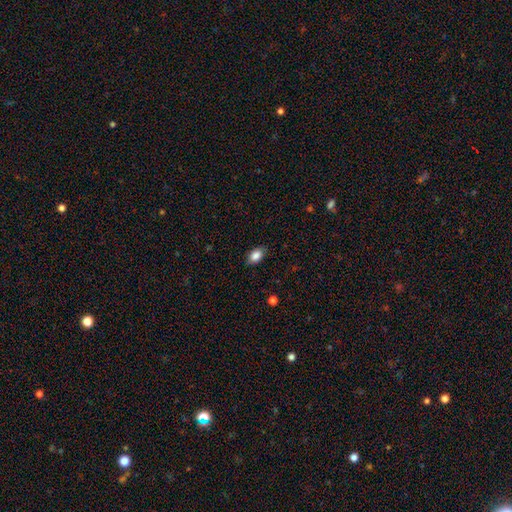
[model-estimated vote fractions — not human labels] smooth_or_featured: smooth (p=0.85) [alt: star or artifact p=0.08]
how_rounded: in between (p=0.88) [alt: round p=0.10]
merging: none (p=0.84) [alt: minor disturbance p=0.12]